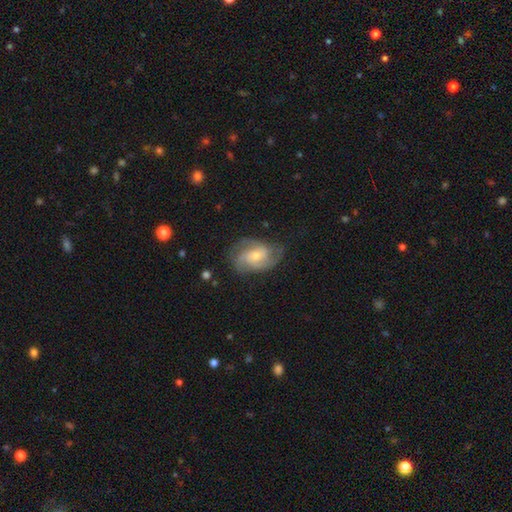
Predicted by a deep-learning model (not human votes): This appears to be a featured or disk galaxy (81%) with no bar (58%), 2 (37%) medium (47%) spiral arms (96%) and a moderate central bulge (49%). Merging: none (70%).